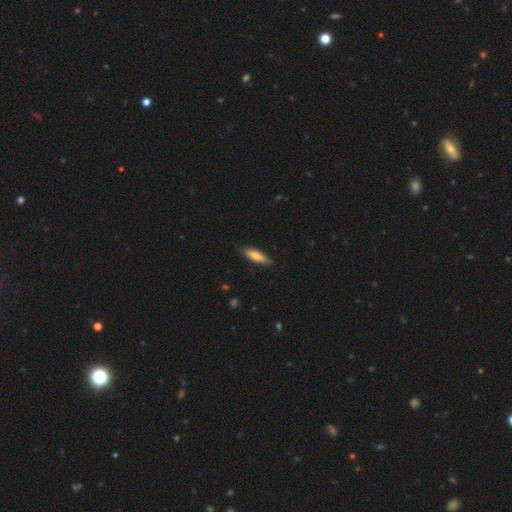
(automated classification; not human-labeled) Smooth or featured?
  - smooth: 75% *
  - featured or disk: 20%
  - star or artifact: 6%
How rounded?
  - cigar-shaped: 57% *
  - in between: 42%
  - round: 2%
Merging?
  - none: 86% *
  - minor disturbance: 11%
  - major disturbance: 2%
  - merger: 1%